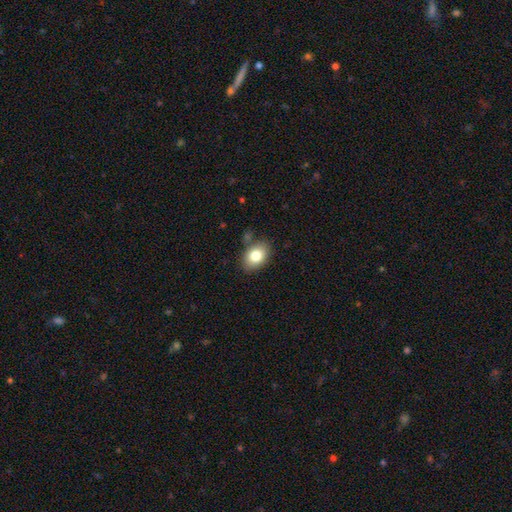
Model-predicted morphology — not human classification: The model was most divided on "how rounded": in between: 82%, round: 16%, cigar-shaped: 1%. More confident: smooth or featured — smooth (81%); merging — none (80%).